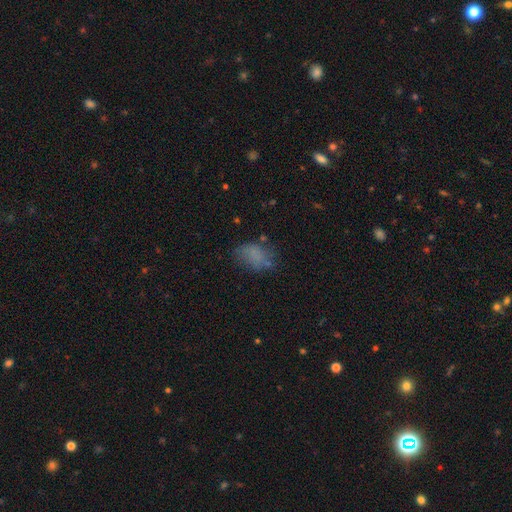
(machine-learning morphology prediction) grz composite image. It shows a smooth galaxy with no disk features (68%) that is in between round and cigar-shaped (83%). Merging: none (56%).